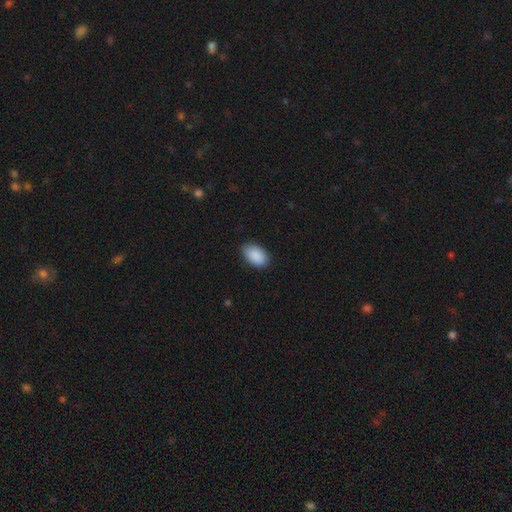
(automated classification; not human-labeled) smooth 91%, star or artifact 6%, featured or disk 3%. Down the decision tree: how rounded — in between (93%); merging — none (87%).